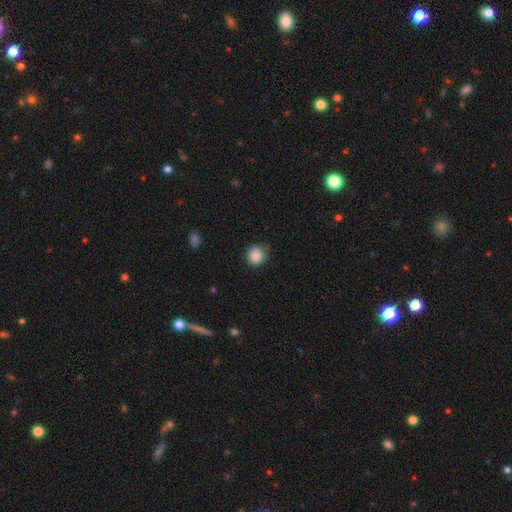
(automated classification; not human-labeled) This is clearly a smooth galaxy (87%). How rounded: clearly round (90%). Merging: likely none (74%).